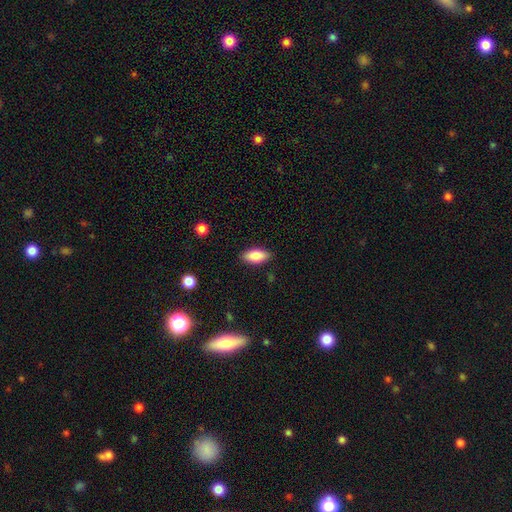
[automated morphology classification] smooth_or_featured: smooth (p=0.82) [alt: featured or disk p=0.11]
how_rounded: in between (p=0.87) [alt: cigar-shaped p=0.10]
merging: none (p=0.87) [alt: minor disturbance p=0.10]